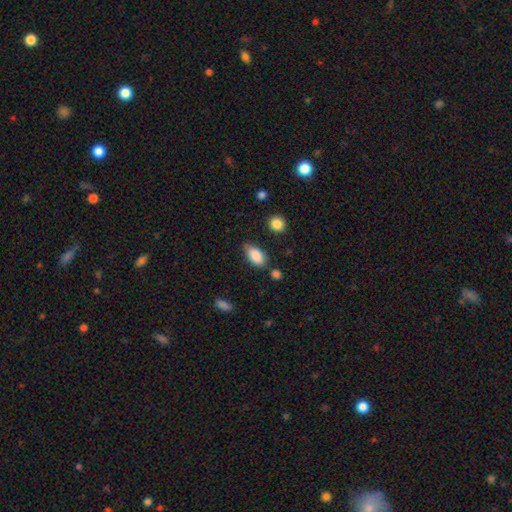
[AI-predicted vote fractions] Smooth or featured? smooth (88%)
How rounded? in between (92%)
Merging? none (72%)